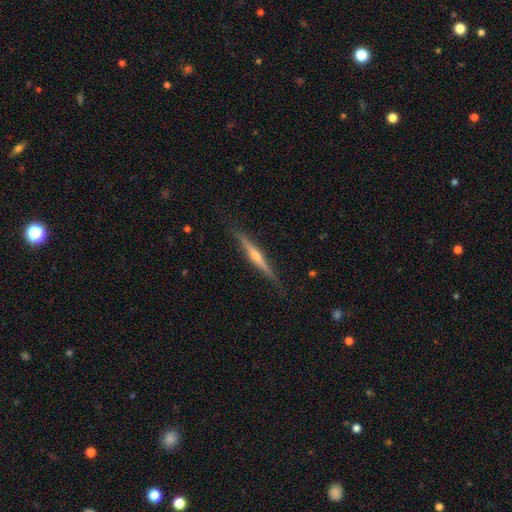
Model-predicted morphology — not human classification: smooth-or-featured: featured or disk: 74% | smooth: 20% | star or artifact: 6%
  disk-edge-on: yes: 98% | no: 2%
    edge-on-bulge: rounded: 83% | none: 13% | boxy: 4%
  merging: none: 87% | minor disturbance: 10% | major disturbance: 2% | merger: 1%